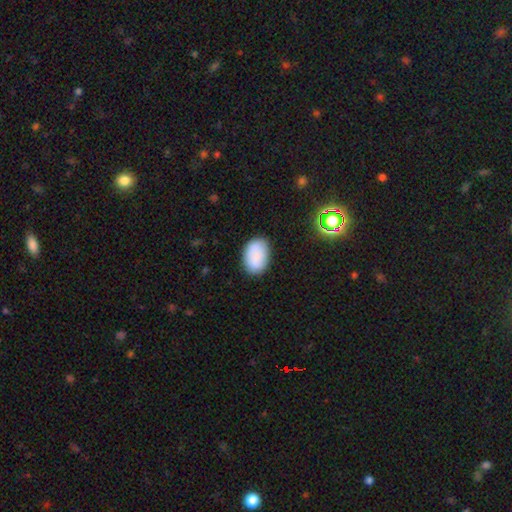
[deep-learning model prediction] A smooth galaxy with no disk features (85%) that is in between round and cigar-shaped (86%).

Vote fractions:
- Smooth or featured? smooth: 85% / featured or disk: 8% / star or artifact: 7%
- How rounded? in between: 86% / round: 13% / cigar-shaped: 1%
- Merging? none: 81% / minor disturbance: 14% / major disturbance: 3% / merger: 2%